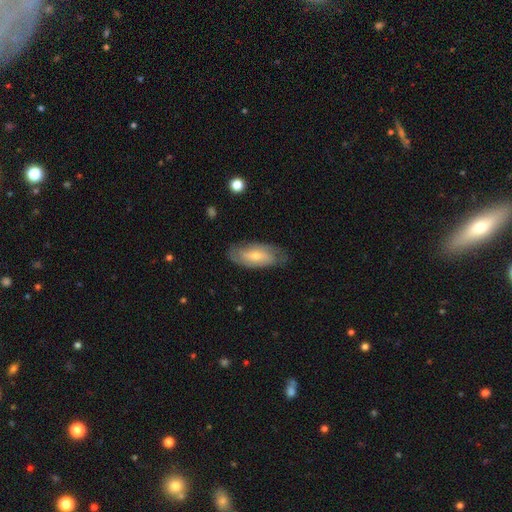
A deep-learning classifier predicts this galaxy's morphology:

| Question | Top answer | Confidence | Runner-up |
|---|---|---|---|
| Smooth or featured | featured or disk | 62% | smooth (32%) |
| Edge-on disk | no | 88% | yes (12%) |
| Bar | no | 56% | weak (33%) |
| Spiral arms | yes | 83% | no (17%) |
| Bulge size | small | 60% | moderate (35%) |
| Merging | none | 78% | minor disturbance (16%) |